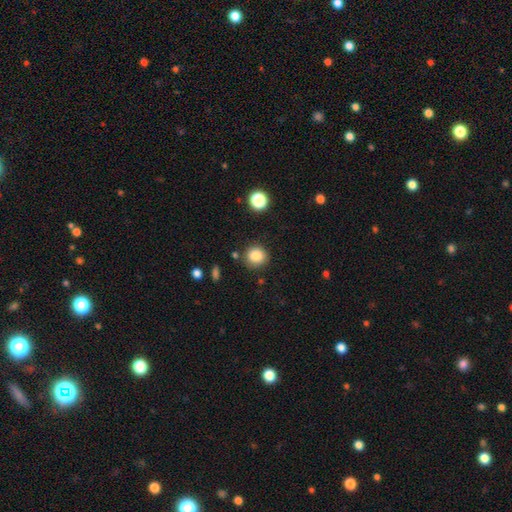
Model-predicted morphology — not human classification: Smooth or featured: smooth — 86% (star or artifact — 10%)
How rounded: round — 89% (in between — 10%)
Merging: none — 84% (minor disturbance — 9%)